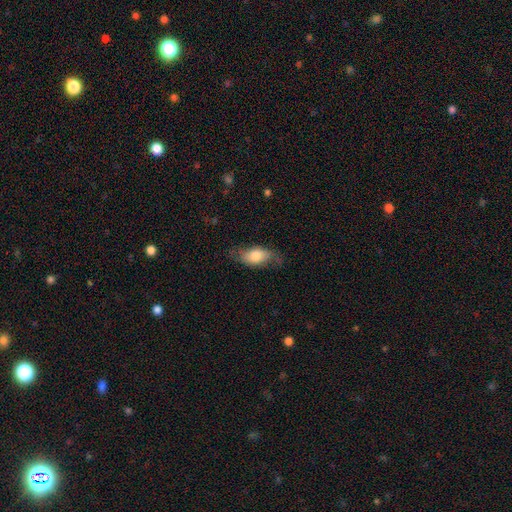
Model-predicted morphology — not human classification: A smooth galaxy with no disk features (68%) that is in between round and cigar-shaped (88%). Merging: none (62%).